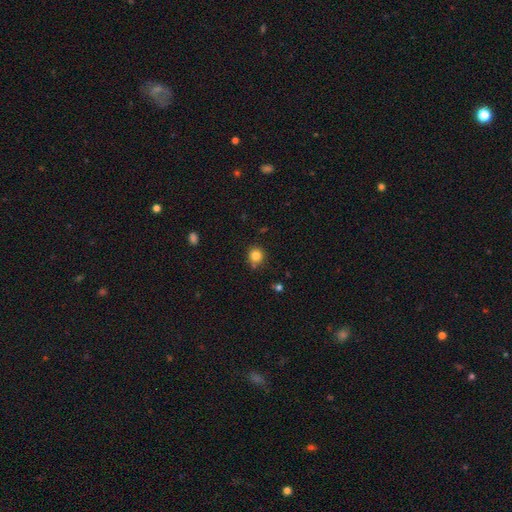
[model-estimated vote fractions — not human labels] Smooth or featured: smooth — 82% (star or artifact — 12%)
How rounded: round — 90% (in between — 9%)
Merging: none — 78% (minor disturbance — 12%)